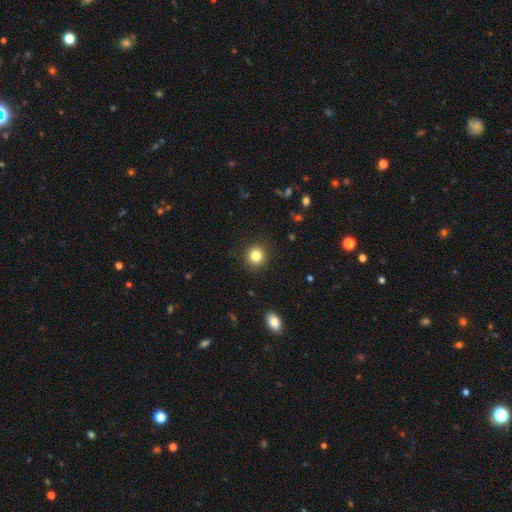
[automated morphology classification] Overall: smooth (83%). How rounded: round (92%). Merging: none (91%).